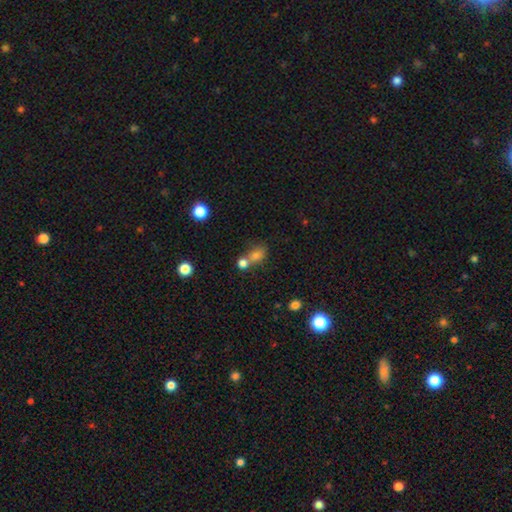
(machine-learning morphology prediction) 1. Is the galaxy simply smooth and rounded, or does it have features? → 76% smooth, 14% star or artifact, 10% featured or disk.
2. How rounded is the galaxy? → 50% round, 48% in between, 2% cigar-shaped.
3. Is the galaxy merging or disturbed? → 47% merger, 39% none, 9% minor disturbance, 5% major disturbance.